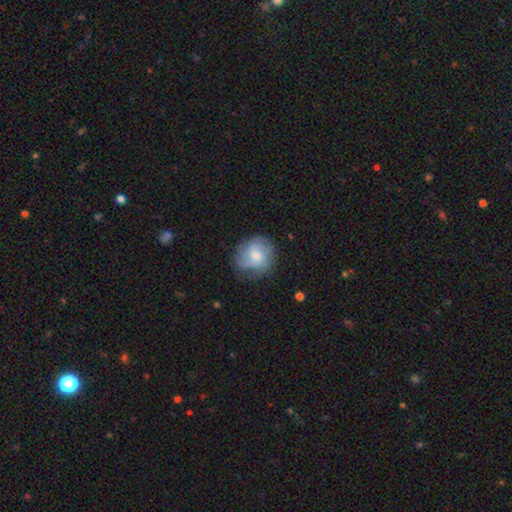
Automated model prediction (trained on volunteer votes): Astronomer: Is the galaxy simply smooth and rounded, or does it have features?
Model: featured or disk — 54% (runner-up: smooth, 38%).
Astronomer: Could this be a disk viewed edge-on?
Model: no — 98%.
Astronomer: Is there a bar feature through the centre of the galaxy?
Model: no — 71%.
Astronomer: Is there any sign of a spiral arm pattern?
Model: yes — 86%.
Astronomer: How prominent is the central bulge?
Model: moderate — 51% (runner-up: small, 36%).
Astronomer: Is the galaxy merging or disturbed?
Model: none — 69%.